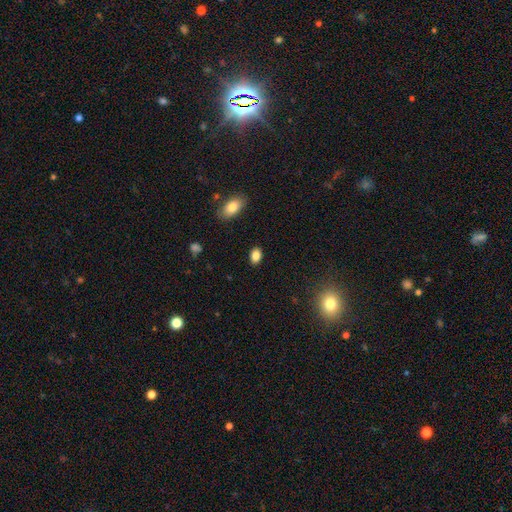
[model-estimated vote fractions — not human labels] Smooth or featured? smooth (86%)
How rounded? in between (83%)
Merging? none (88%)